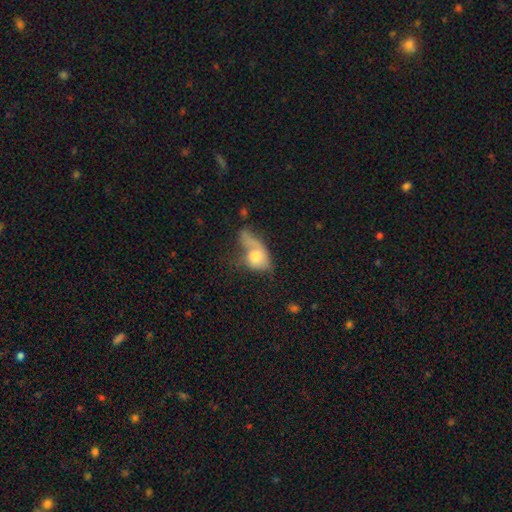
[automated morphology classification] type=smooth (65%); roundness=in between (69%); merging=major disturbance (41%).